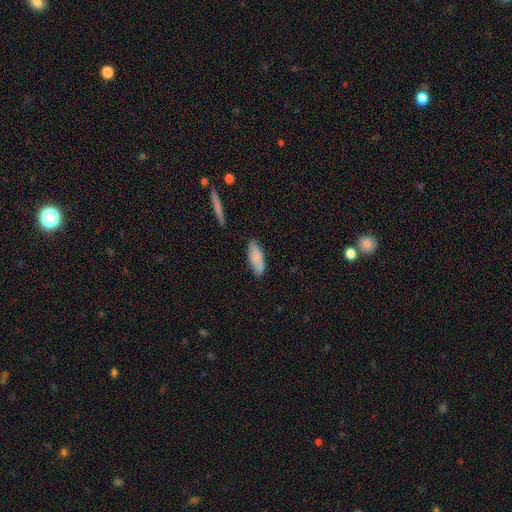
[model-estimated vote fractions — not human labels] smooth_or_featured: smooth (p=0.80) [alt: featured or disk p=0.13]
how_rounded: in between (p=0.68) [alt: cigar-shaped p=0.30]
merging: none (p=0.74) [alt: minor disturbance p=0.20]